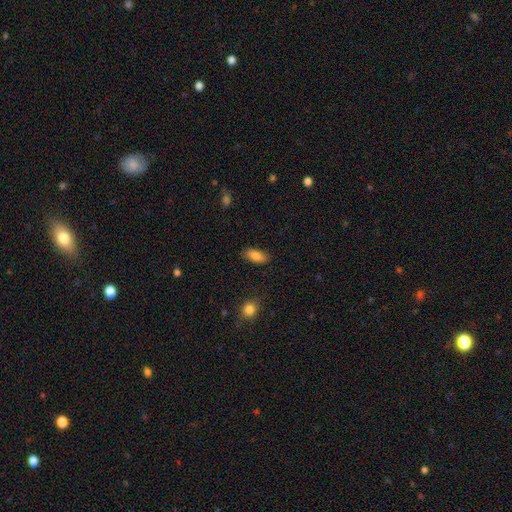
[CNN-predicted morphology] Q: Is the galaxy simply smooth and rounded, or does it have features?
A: smooth — 85%.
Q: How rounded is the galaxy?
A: in between — 85%.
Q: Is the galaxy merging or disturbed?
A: none — 86%.